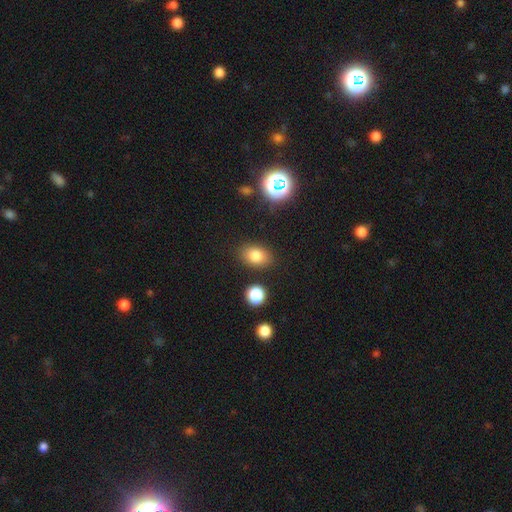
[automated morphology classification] smooth 81%, star or artifact 12%, featured or disk 8%. Down the decision tree: how rounded — in between (78%); merging — none (83%).